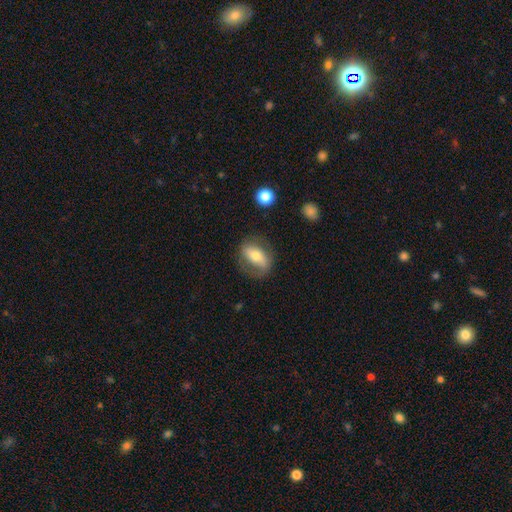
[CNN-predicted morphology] The model was most divided on "smooth or featured": smooth: 47%, featured or disk: 46%, star or artifact: 7%. More confident: merging — none (65%).